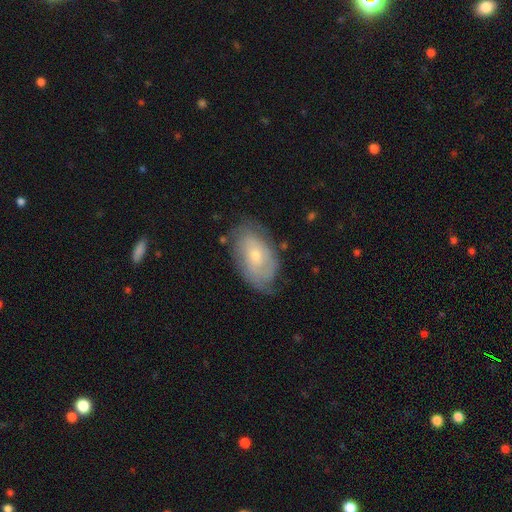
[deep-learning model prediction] Smooth or featured? featured or disk (59%)
Edge-on disk? no (94%)
Bar? no (75%)
Spiral arms? yes (77%)
Bulge size? small (59%)
Merging? none (66%)